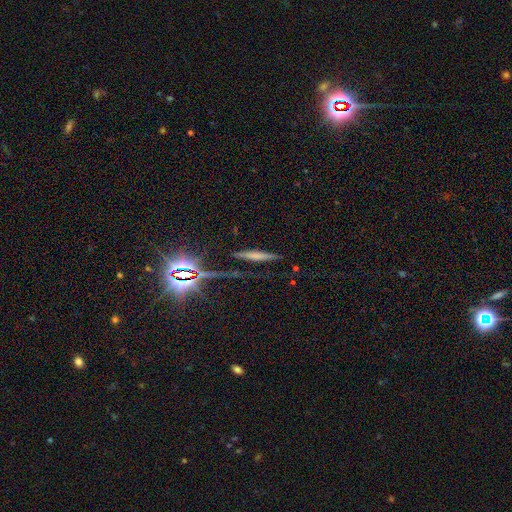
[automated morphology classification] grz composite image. It shows a smooth galaxy with no disk features (47%). Merging: none (79%).